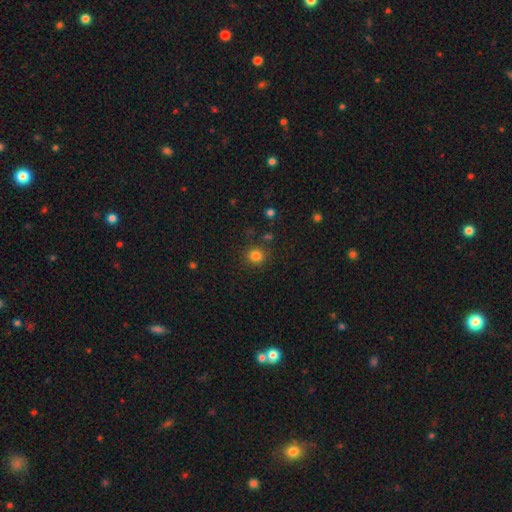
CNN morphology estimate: Smooth or featured?
  - smooth: 81% *
  - star or artifact: 14%
  - featured or disk: 5%
How rounded?
  - round: 87% *
  - in between: 12%
  - cigar-shaped: 1%
Merging?
  - none: 84% *
  - minor disturbance: 9%
  - merger: 4%
  - major disturbance: 3%